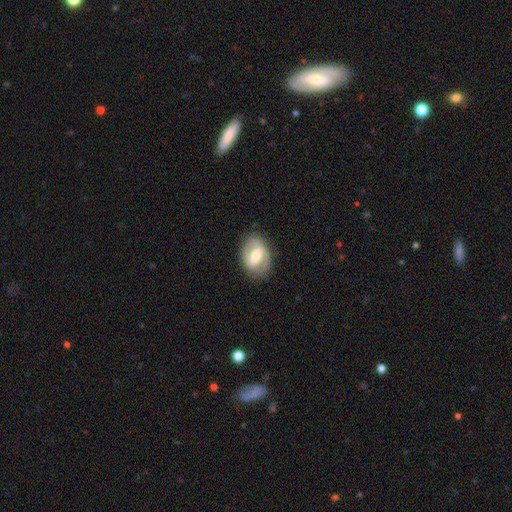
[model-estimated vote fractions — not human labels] Smooth or featured? featured or disk (64%)
Edge-on disk? no (95%)
Bar? strong (43%)
Spiral arms? yes (68%)
Bulge size? moderate (62%)
Merging? none (82%)